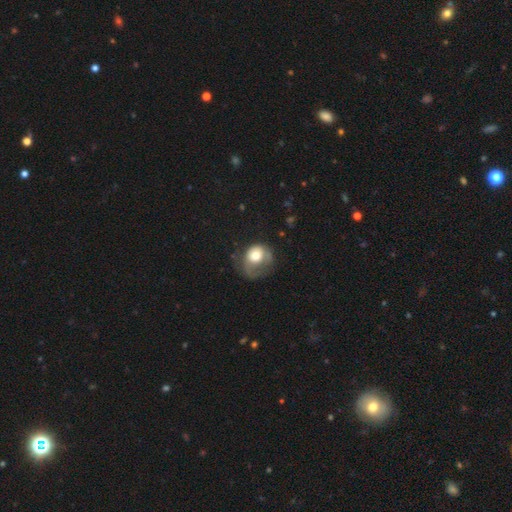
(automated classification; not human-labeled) A smooth galaxy with no disk features (61%) that is round (68%).

Vote fractions:
- Smooth or featured? smooth: 61% / featured or disk: 31% / star or artifact: 8%
- How rounded? round: 68% / in between: 31% / cigar-shaped: 1%
- Merging? major disturbance: 45% / none: 27% / minor disturbance: 26% / merger: 2%